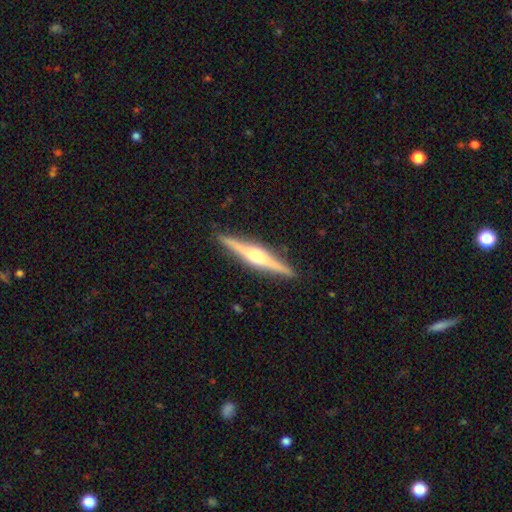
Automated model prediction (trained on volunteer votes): Smooth or featured? Predicted: featured or disk (p=0.78). Edge-on disk? Predicted: yes (p=0.98). Edge-on bulge? Predicted: rounded (p=0.79). Merging? Predicted: none (p=0.91).